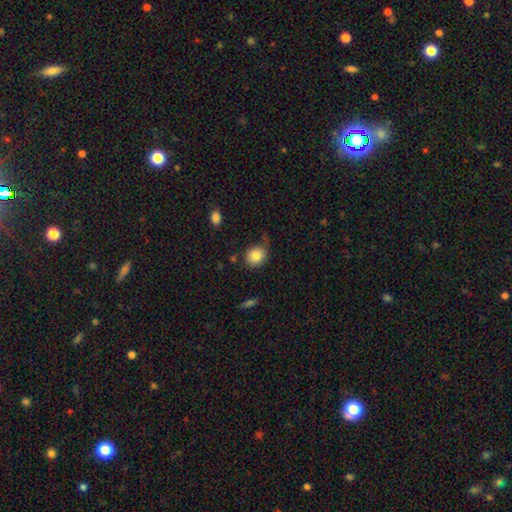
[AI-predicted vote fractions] Smooth or featured? smooth (82%)
How rounded? round (75%)
Merging? none (66%)